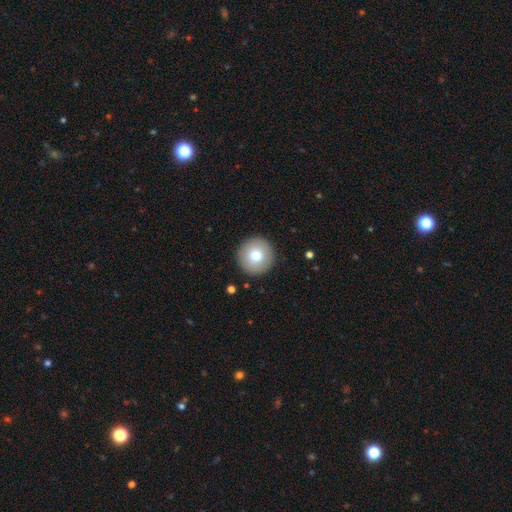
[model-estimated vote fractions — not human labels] smooth-or-featured: smooth: 73% | featured or disk: 18% | star or artifact: 9%
  how-rounded: round: 97% | in between: 2% | cigar-shaped: 1%
  merging: none: 92% | minor disturbance: 5% | major disturbance: 2% | merger: 1%